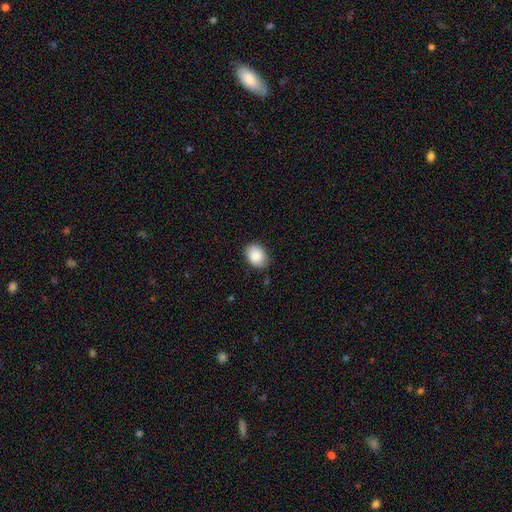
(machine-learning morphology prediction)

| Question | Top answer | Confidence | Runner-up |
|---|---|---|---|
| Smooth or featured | smooth | 87% | star or artifact (7%) |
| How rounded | in between | 70% | round (29%) |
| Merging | none | 82% | minor disturbance (15%) |